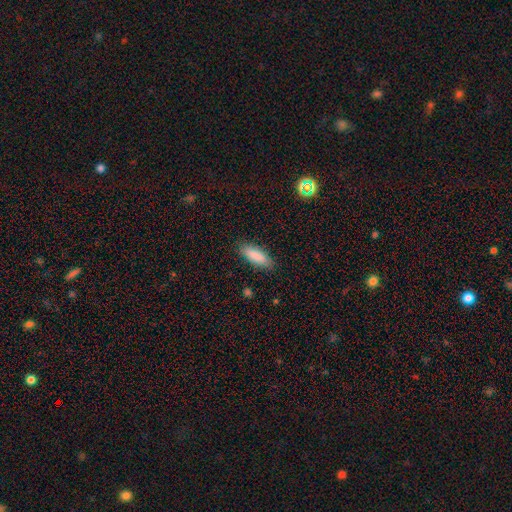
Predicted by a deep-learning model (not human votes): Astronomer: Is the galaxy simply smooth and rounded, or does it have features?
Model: smooth — 87%.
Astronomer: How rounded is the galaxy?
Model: in between — 57% (runner-up: cigar-shaped, 42%).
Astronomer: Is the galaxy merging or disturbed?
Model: none — 87%.